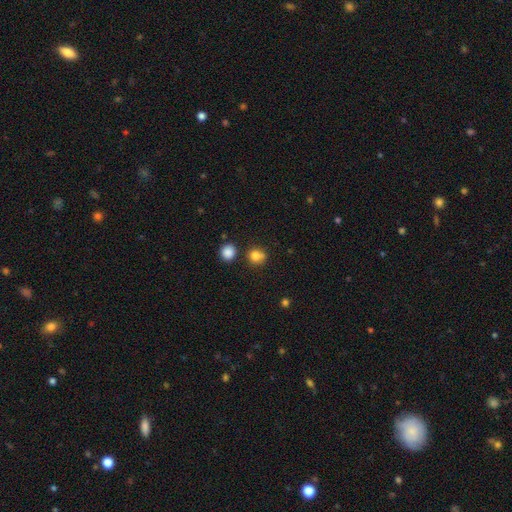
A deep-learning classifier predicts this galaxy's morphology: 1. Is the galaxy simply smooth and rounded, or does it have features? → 80% smooth, 13% star or artifact, 7% featured or disk.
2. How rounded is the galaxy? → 79% round, 20% in between, 1% cigar-shaped.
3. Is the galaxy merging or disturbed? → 62% none, 18% merger, 16% minor disturbance, 5% major disturbance.